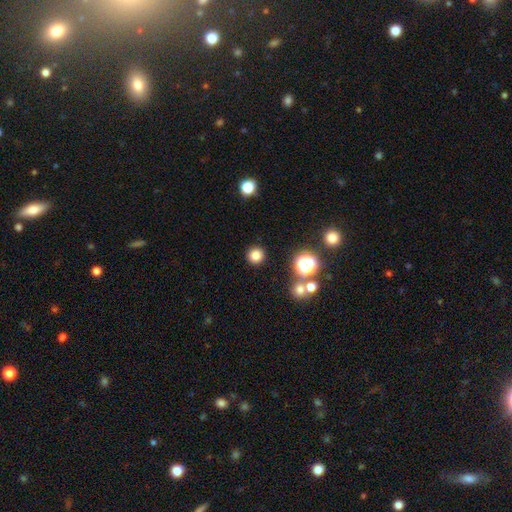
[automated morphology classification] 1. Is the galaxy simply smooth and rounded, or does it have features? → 79% smooth, 16% star or artifact, 5% featured or disk.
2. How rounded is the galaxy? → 94% round, 5% in between, 1% cigar-shaped.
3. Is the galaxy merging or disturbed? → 90% none, 5% minor disturbance, 2% merger, 2% major disturbance.